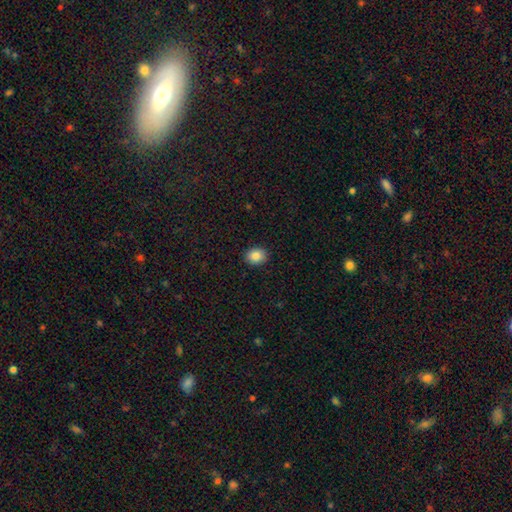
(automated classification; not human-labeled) Morphology: type=smooth (86%); roundness=round (51%); merging=none (91%).